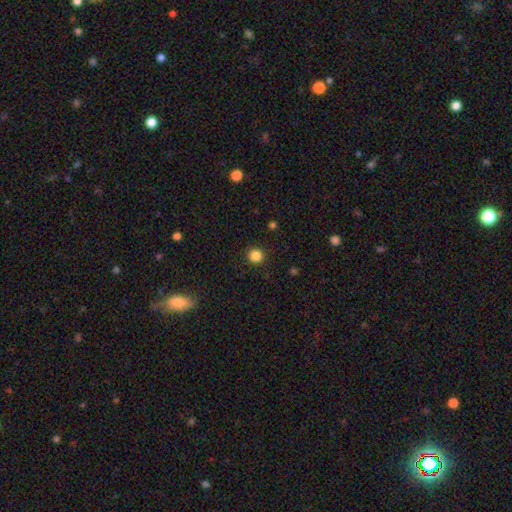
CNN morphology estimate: Q: Smooth or featured?
A: smooth (85%); runner-up: star or artifact (12%)
Q: How rounded?
A: round (94%); runner-up: in between (5%)
Q: Merging?
A: none (92%); runner-up: minor disturbance (5%)